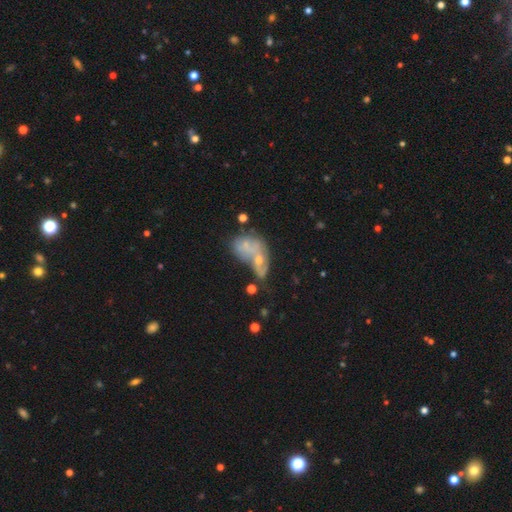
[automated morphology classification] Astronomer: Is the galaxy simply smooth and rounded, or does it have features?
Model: featured or disk — 44% (runner-up: smooth, 38%).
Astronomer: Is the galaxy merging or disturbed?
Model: merger — 53%.